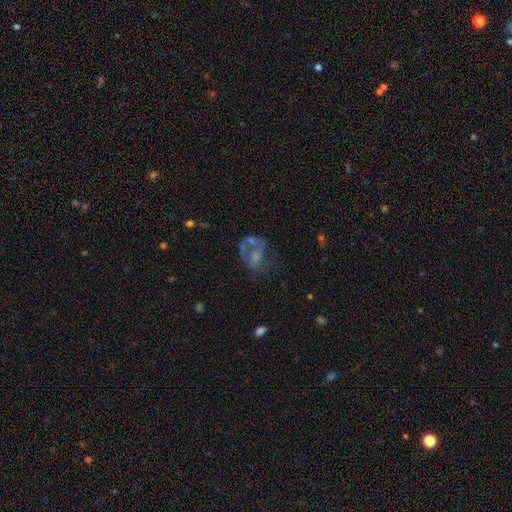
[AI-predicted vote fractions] A featured or disk galaxy (49%).

Vote fractions:
- Smooth or featured? featured or disk: 49% / smooth: 35% / star or artifact: 16%
- Merging? major disturbance: 32% / none: 27% / merger: 25% / minor disturbance: 15%